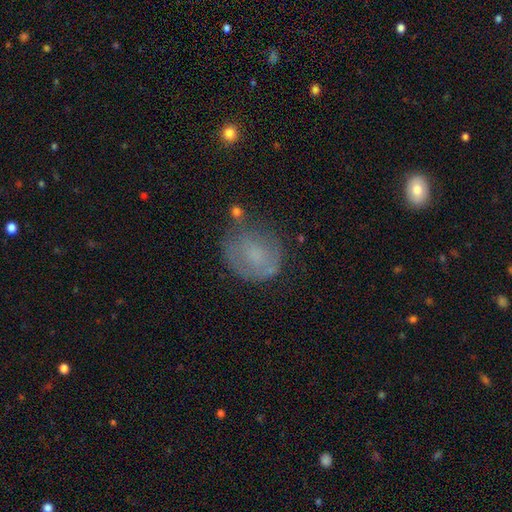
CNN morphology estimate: smooth 53%, featured or disk 34%, star or artifact 12%. Down the decision tree: how rounded — round (69%); merging — none (58%).